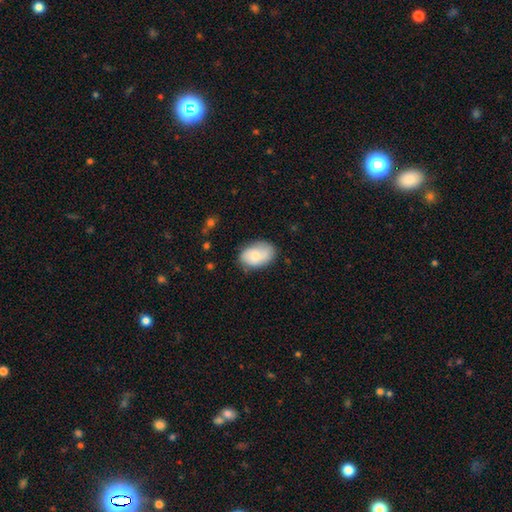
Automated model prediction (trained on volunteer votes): This is likely a smooth galaxy (73%). How rounded: clearly in between (88%). Merging: likely none (70%).